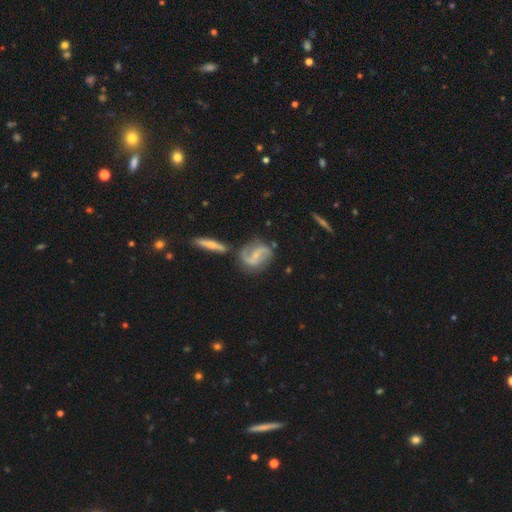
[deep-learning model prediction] Smooth or featured?
  - featured or disk: 83% *
  - smooth: 11%
  - star or artifact: 6%
Edge-on disk?
  - no: 96% *
  - yes: 4%
Bar?
  - weak: 45% *
  - no: 30%
  - strong: 25%
Spiral arms?
  - yes: 94% *
  - no: 6%
Spiral winding?
  - medium: 44% *
  - loose: 42%
  - tight: 14%
Spiral arm count?
  - 2: 89% *
  - can't tell: 4%
  - 1: 3%
  - 3: 2%
  - 4: 1%
  - more than 4: 1%
Bulge size?
  - small: 67% *
  - moderate: 17%
  - none: 14%
  - large: 1%
  - dominant: 1%
Merging?
  - none: 66% *
  - minor disturbance: 18%
  - merger: 9%
  - major disturbance: 7%